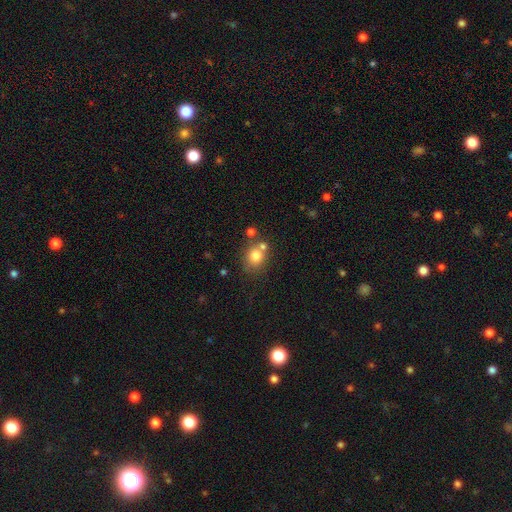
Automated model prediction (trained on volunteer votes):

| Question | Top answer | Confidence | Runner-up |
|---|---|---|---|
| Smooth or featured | smooth | 76% | star or artifact (12%) |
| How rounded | round | 75% | in between (24%) |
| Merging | none | 59% | merger (25%) |